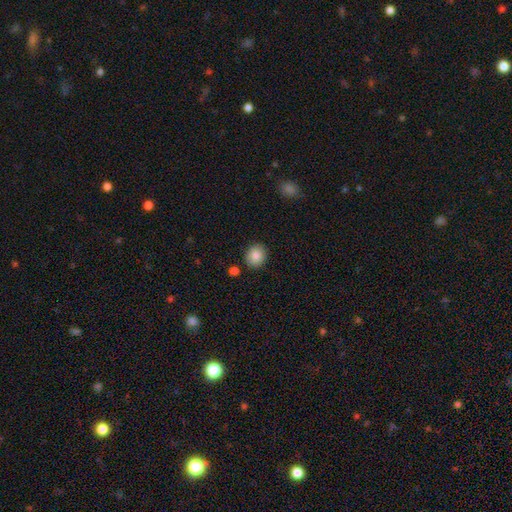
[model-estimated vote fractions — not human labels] This is clearly a smooth galaxy (85%). How rounded: likely round (73%). Merging: clearly none (87%).